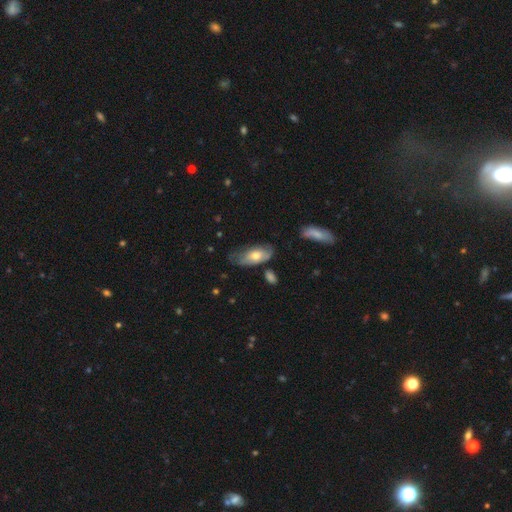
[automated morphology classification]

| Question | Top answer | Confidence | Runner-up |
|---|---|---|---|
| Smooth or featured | smooth | 60% | featured or disk (34%) |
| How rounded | in between | 88% | cigar-shaped (9%) |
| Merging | none | 46% | minor disturbance (35%) |